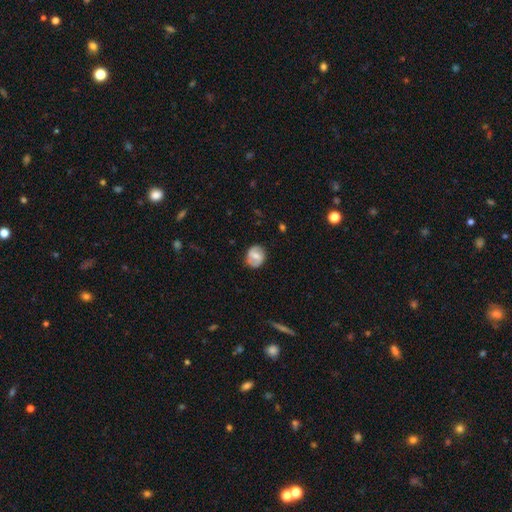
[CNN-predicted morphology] Smooth or featured? Predicted: featured or disk (p=0.48). Merging? Predicted: none (p=0.81).